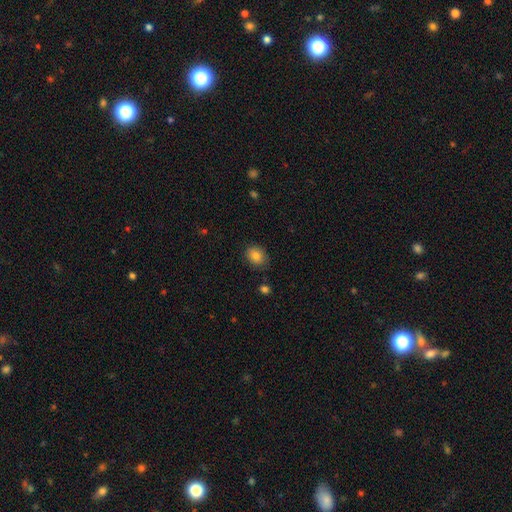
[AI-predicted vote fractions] Overall: smooth (82%). How rounded: round (51%; in between 48%). Merging: none (81%).